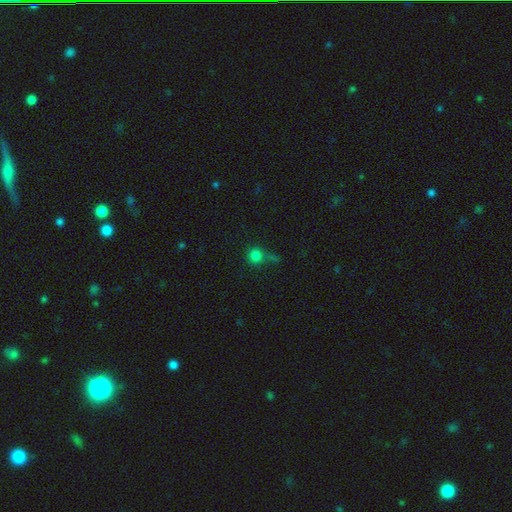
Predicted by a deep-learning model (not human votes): Overall: smooth (78%). How rounded: round (91%). Merging: none (58%).